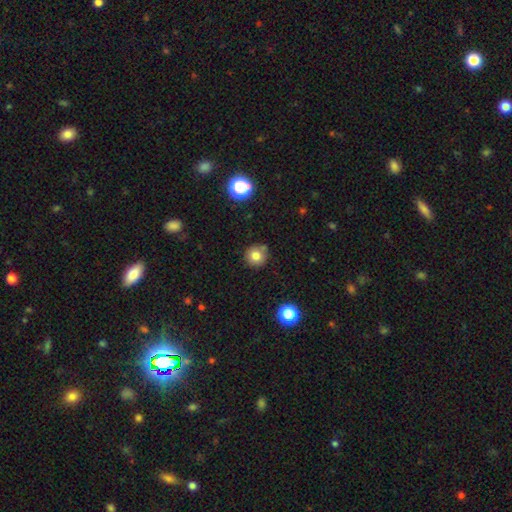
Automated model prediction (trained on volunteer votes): Morphology: type=smooth (79%); roundness=round (93%); merging=none (80%).